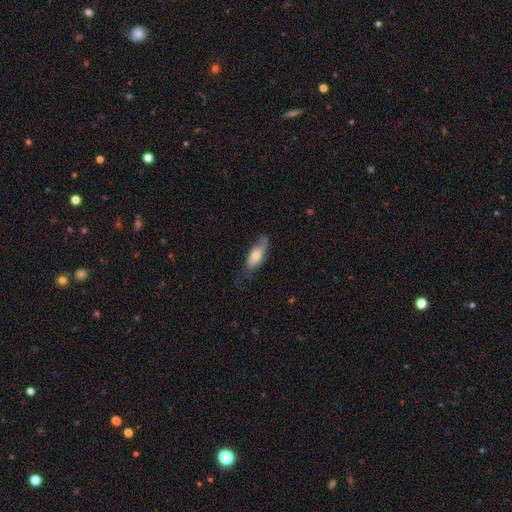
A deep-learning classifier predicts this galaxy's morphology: This is possibly a smooth galaxy (54%). How rounded: likely in between (78%). Merging: possibly none (52%).